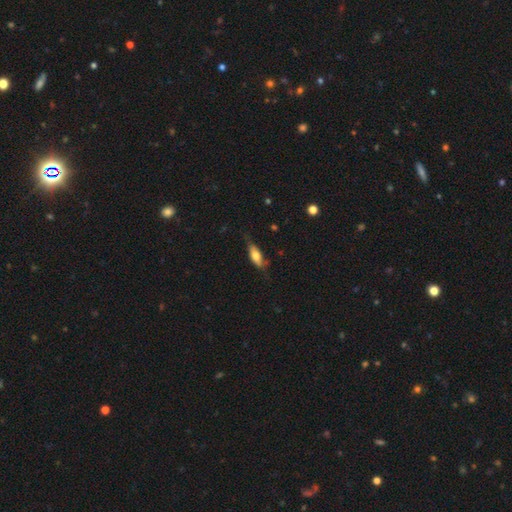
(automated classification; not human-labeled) Smooth or featured?
  - smooth: 63% *
  - featured or disk: 30%
  - star or artifact: 6%
How rounded?
  - in between: 69% *
  - cigar-shaped: 28%
  - round: 3%
Merging?
  - none: 59% *
  - minor disturbance: 30%
  - major disturbance: 9%
  - merger: 2%